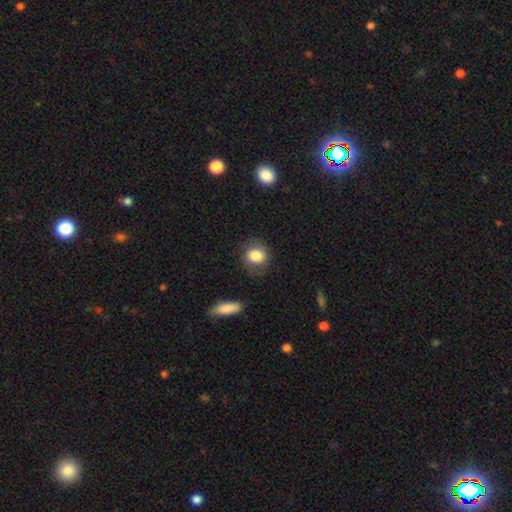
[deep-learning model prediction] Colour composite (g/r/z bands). It shows a smooth galaxy with no disk features (81%) that is round (69%). Merging: none (74%).